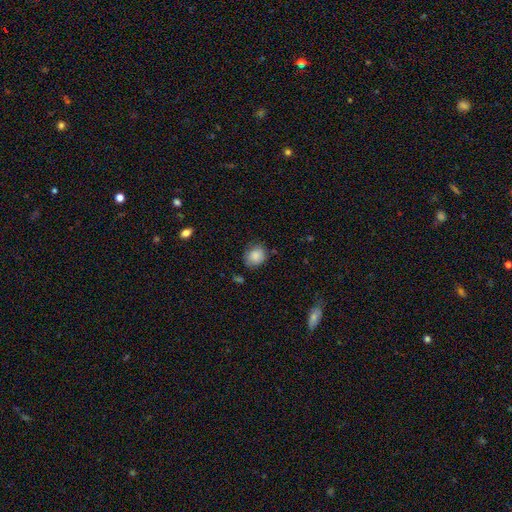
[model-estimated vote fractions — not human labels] This is clearly a smooth galaxy (86%). How rounded: likely round (70%). Merging: likely none (73%).